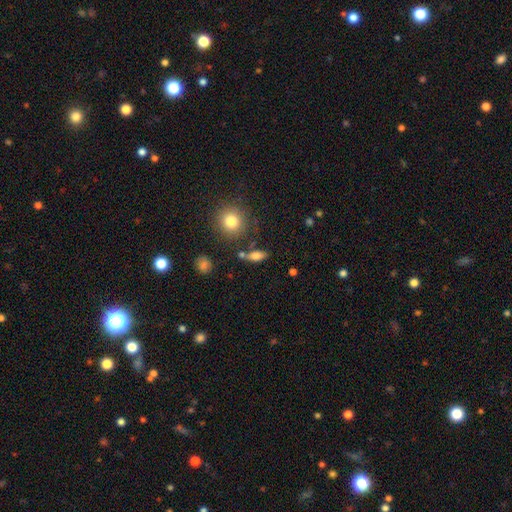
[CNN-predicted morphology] Smooth or featured? Predicted: smooth (p=0.73). How rounded? Predicted: in between (p=0.69). Merging? Predicted: none (p=0.70).